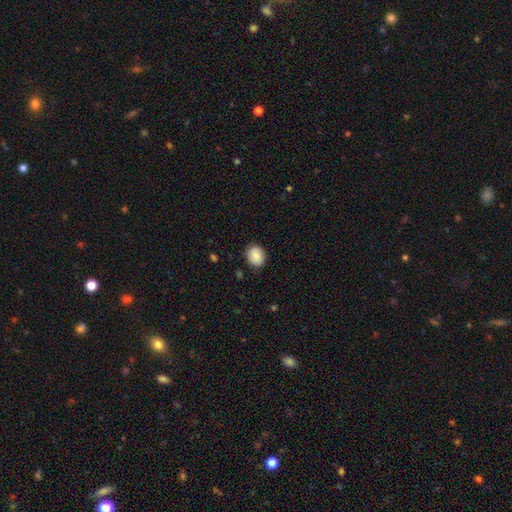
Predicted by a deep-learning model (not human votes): Morphology: type=smooth (87%); roundness=round (51%); merging=none (85%).